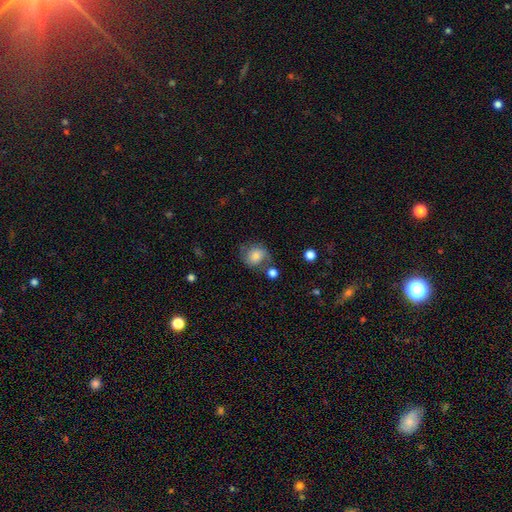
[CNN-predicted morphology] A smooth galaxy with no disk features (68%) that is round (72%).

Vote fractions:
- Smooth or featured? smooth: 68% / featured or disk: 22% / star or artifact: 10%
- How rounded? round: 72% / in between: 27% / cigar-shaped: 1%
- Merging? none: 57% / minor disturbance: 22% / major disturbance: 10% / merger: 10%